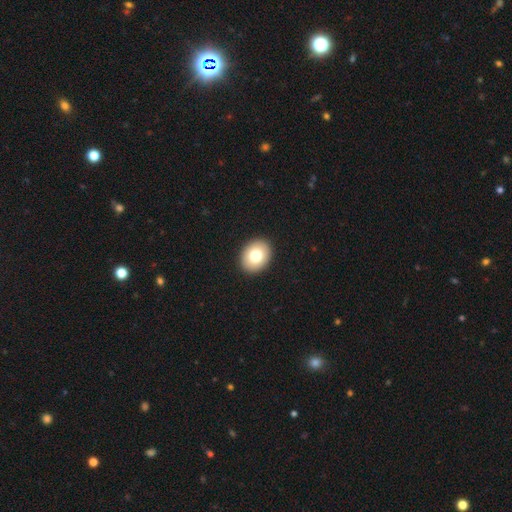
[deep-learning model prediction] Smooth or featured? Predicted: smooth (p=0.78). How rounded? Predicted: in between (p=0.56). Merging? Predicted: none (p=0.92).